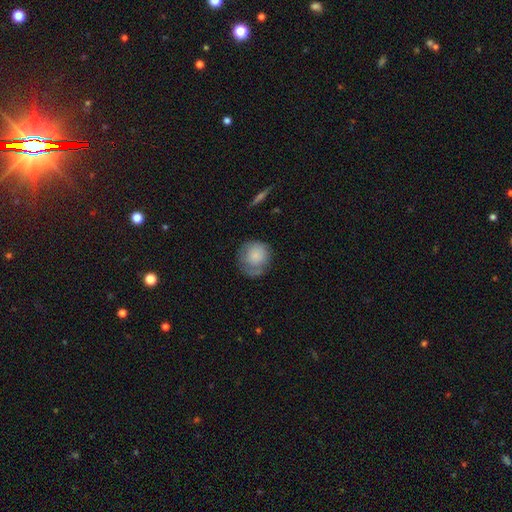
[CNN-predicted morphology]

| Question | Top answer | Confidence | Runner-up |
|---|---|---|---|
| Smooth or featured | smooth | 76% | featured or disk (17%) |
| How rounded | round | 88% | in between (11%) |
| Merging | none | 55% | minor disturbance (28%) |